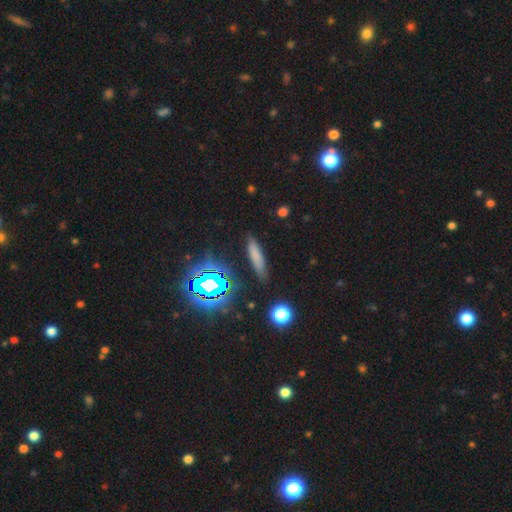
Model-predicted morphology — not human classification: smooth_or_featured: smooth (p=0.67) [alt: star or artifact p=0.19]
how_rounded: cigar-shaped (p=0.80) [alt: in between p=0.17]
merging: none (p=0.84) [alt: minor disturbance p=0.11]